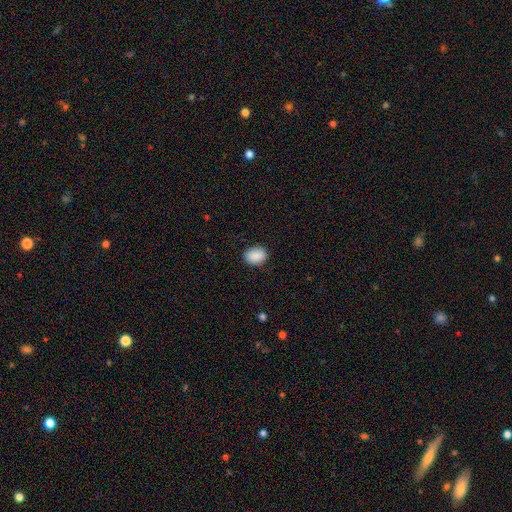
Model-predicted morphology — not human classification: Smooth or featured?
  - smooth: 89% *
  - star or artifact: 7%
  - featured or disk: 4%
How rounded?
  - in between: 67% *
  - round: 32%
  - cigar-shaped: 1%
Merging?
  - none: 84% *
  - minor disturbance: 12%
  - major disturbance: 3%
  - merger: 1%